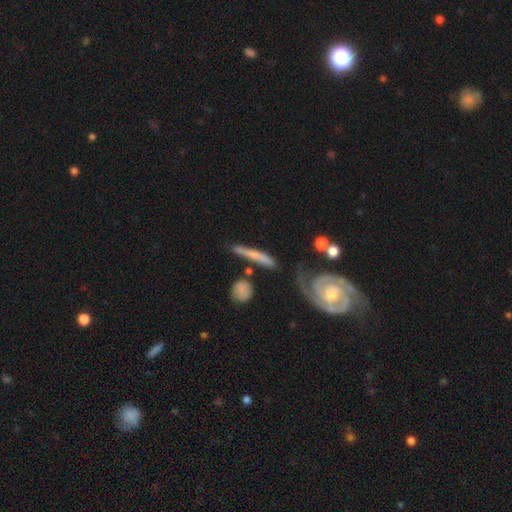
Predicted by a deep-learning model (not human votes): featured or disk 49%, smooth 44%, star or artifact 7%. Down the decision tree: merging — none (64%).